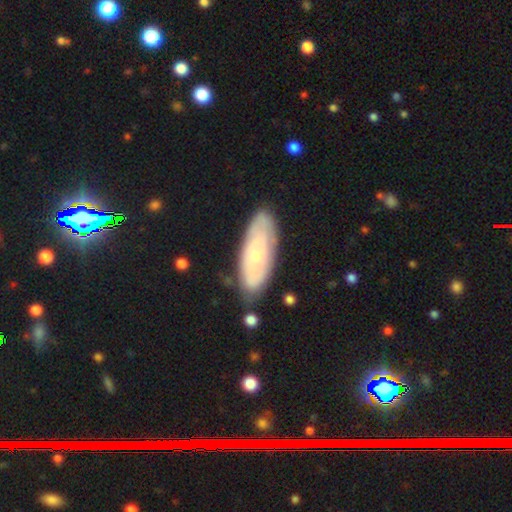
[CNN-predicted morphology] This appears to be a featured or disk galaxy (52%). Merging: none (78%).